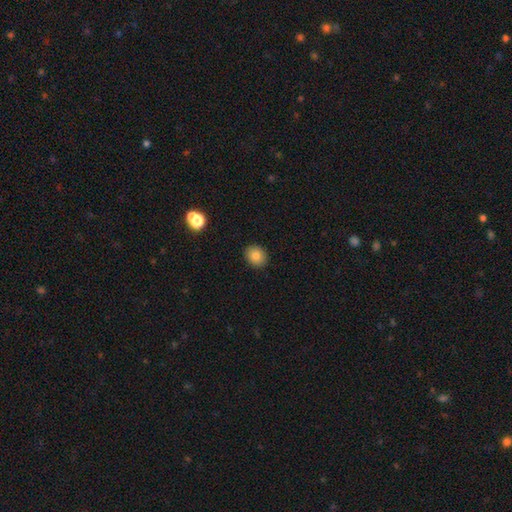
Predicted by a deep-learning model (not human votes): smooth_or_featured: smooth (p=0.83) [alt: star or artifact p=0.10]
how_rounded: round (p=0.67) [alt: in between p=0.32]
merging: none (p=0.89) [alt: minor disturbance p=0.07]